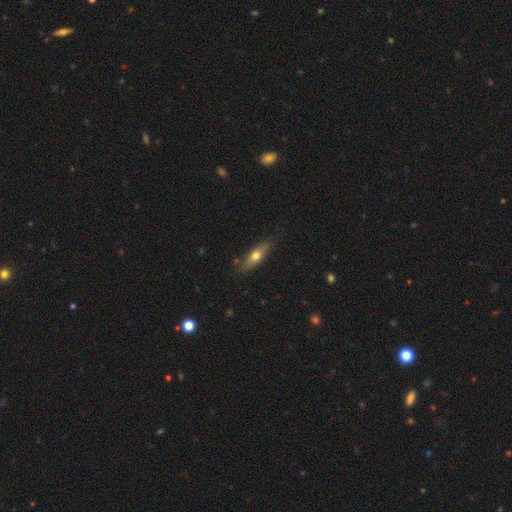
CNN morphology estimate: This is possibly a smooth galaxy (60%). How rounded: possibly cigar-shaped (50%). Merging: clearly none (81%).